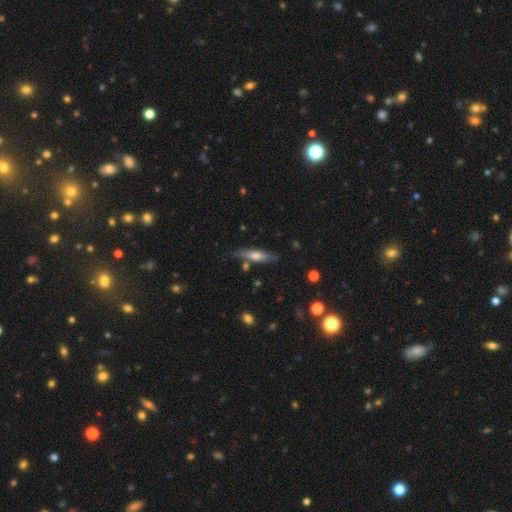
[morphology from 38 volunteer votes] type=featured or disk (47%); edge-on=yes (83%); edge-on bulge=rounded (93%); merging=none (89%).